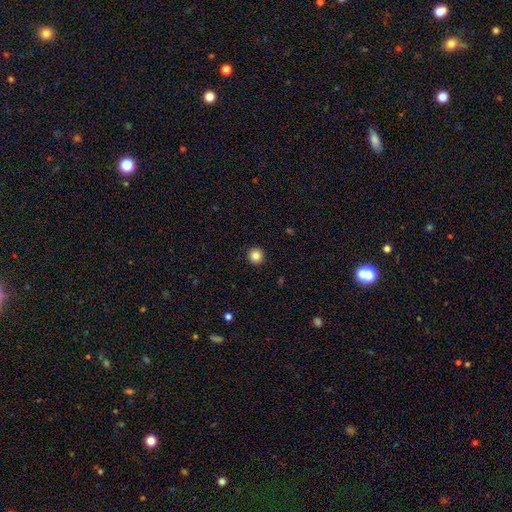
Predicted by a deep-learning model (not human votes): smooth-or-featured: smooth: 84% | star or artifact: 11% | featured or disk: 5%
  how-rounded: round: 95% | in between: 4% | cigar-shaped: 1%
  merging: none: 93% | minor disturbance: 5% | major disturbance: 2% | merger: 1%